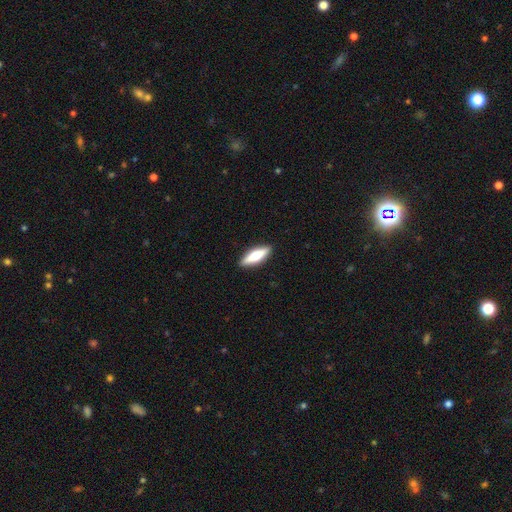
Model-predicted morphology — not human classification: Smooth or featured?
  - smooth: 58% *
  - featured or disk: 36%
  - star or artifact: 6%
How rounded?
  - cigar-shaped: 58% *
  - in between: 40%
  - round: 2%
Merging?
  - none: 91% *
  - minor disturbance: 7%
  - major disturbance: 2%
  - merger: 1%